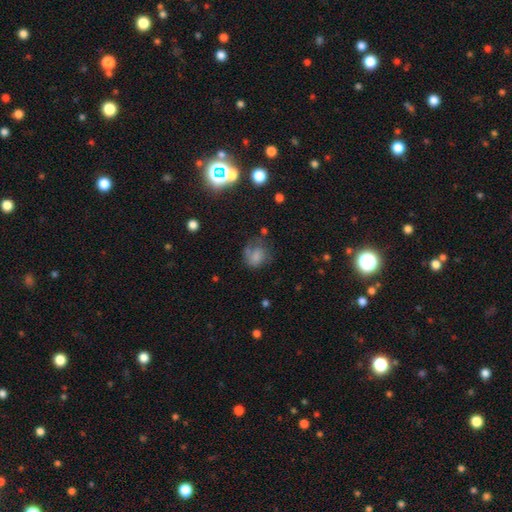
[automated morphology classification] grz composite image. It shows a smooth galaxy with no disk features (65%) that is round (61%). Merging: none (42%).